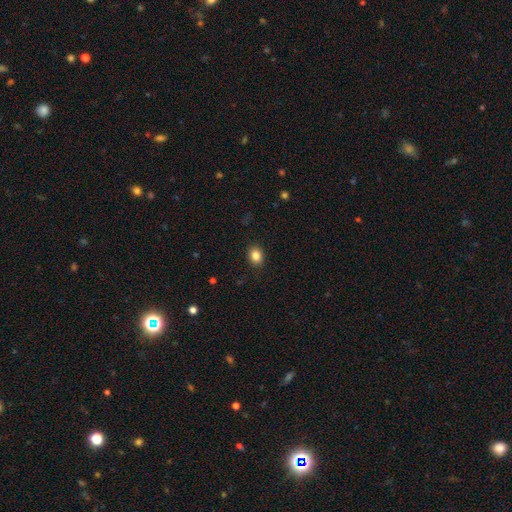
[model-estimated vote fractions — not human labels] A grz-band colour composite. It shows a smooth galaxy with no disk features (85%) that is in between round and cigar-shaped (50%). Merging: none (89%).